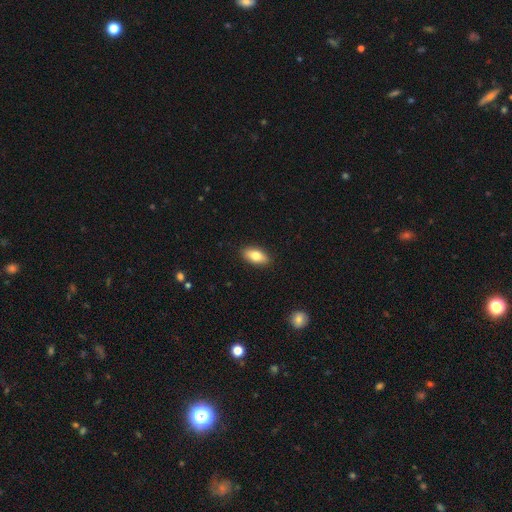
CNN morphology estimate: This is likely a smooth galaxy (80%). How rounded: clearly in between (88%). Merging: clearly none (90%).